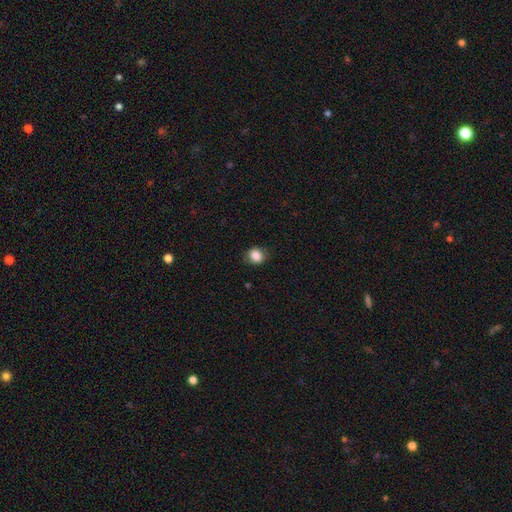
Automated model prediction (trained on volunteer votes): This is clearly a smooth galaxy (85%). How rounded: likely round (64%). Merging: clearly none (83%).